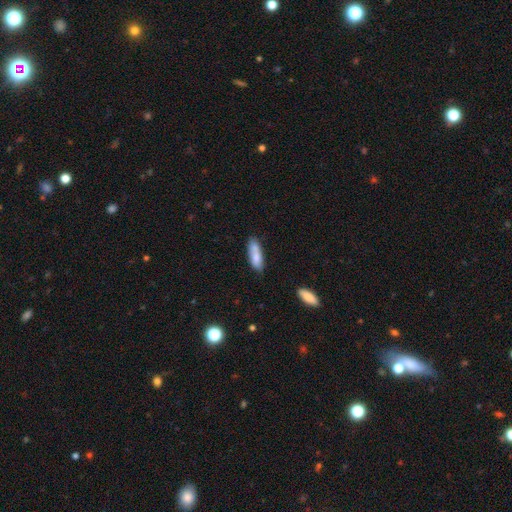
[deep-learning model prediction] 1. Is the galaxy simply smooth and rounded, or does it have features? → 77% smooth, 17% featured or disk, 7% star or artifact.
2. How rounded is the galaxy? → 56% in between, 42% cigar-shaped, 2% round.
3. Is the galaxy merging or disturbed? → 63% none, 22% minor disturbance, 11% merger, 5% major disturbance.